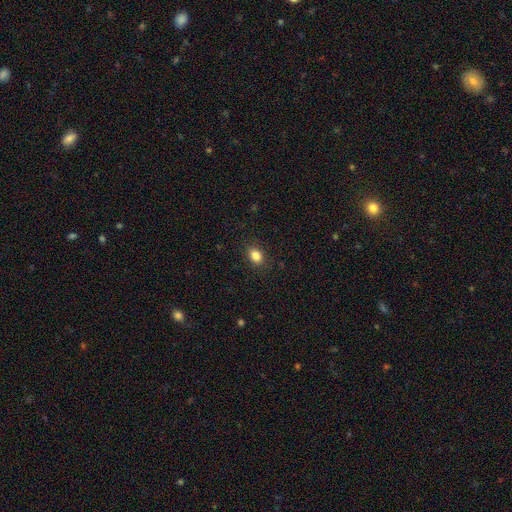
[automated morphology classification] smooth-or-featured: smooth: 84% | star or artifact: 10% | featured or disk: 6%
  how-rounded: in between: 70% | round: 29% | cigar-shaped: 1%
  merging: none: 88% | minor disturbance: 9% | major disturbance: 2% | merger: 1%